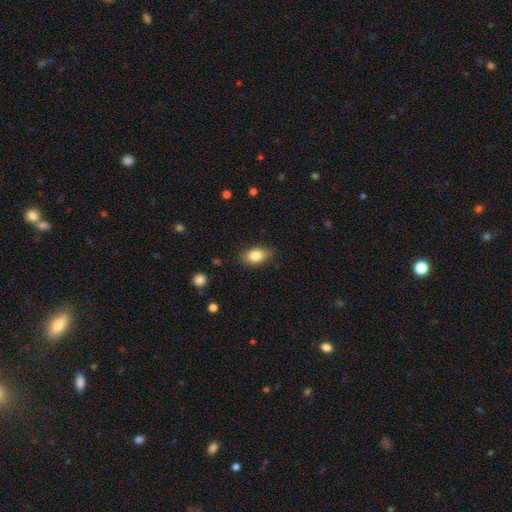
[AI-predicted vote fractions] smooth_or_featured: smooth (p=0.82) [alt: featured or disk p=0.10]
how_rounded: in between (p=0.88) [alt: round p=0.10]
merging: none (p=0.84) [alt: minor disturbance p=0.12]